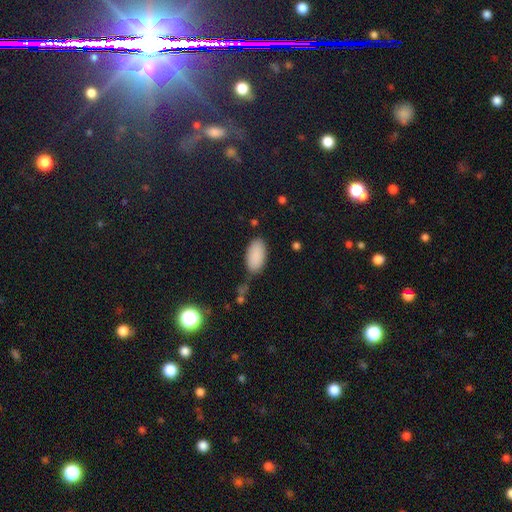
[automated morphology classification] Smooth or featured? smooth (89%)
How rounded? in between (93%)
Merging? none (70%)